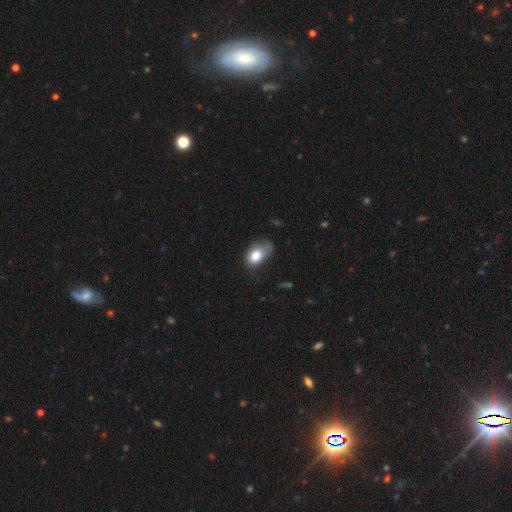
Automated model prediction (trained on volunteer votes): This is likely a smooth galaxy (78%). How rounded: clearly in between (85%). Merging: marginally minor disturbance (39%).